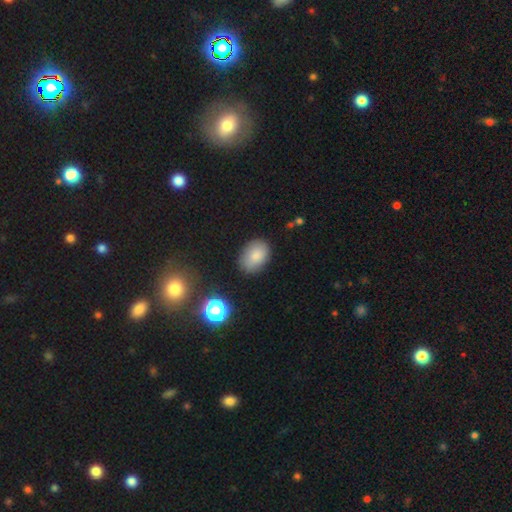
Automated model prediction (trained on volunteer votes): Morphology: type=smooth (82%); roundness=in between (78%); merging=none (81%).